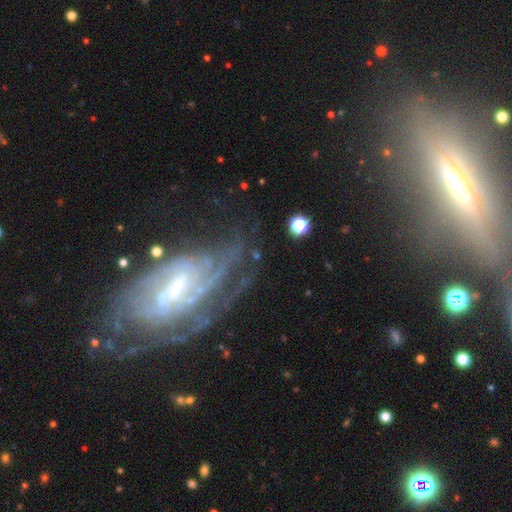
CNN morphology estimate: Overall: featured or disk (79%). Edge-on disk: no (93%). Bar: weak (42%; no 29%). Spiral arms: yes (91%). Spiral arm count: can't tell (37%; 2 19%). Spiral winding: tight (54%; medium 33%). Bulge size: small (40%; moderate 39%). Merging: none (60%).